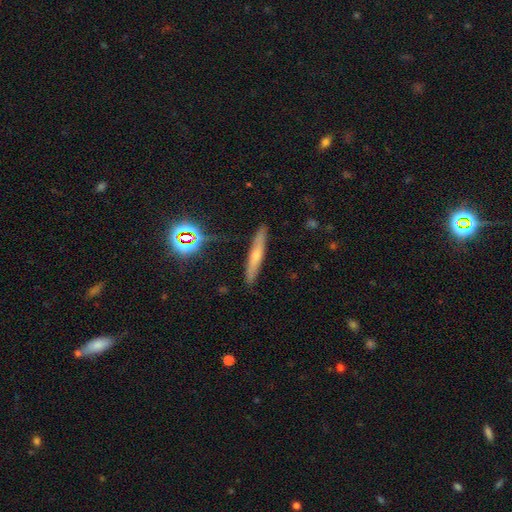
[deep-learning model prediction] This is marginally a smooth galaxy (44%). Merging: clearly none (87%).